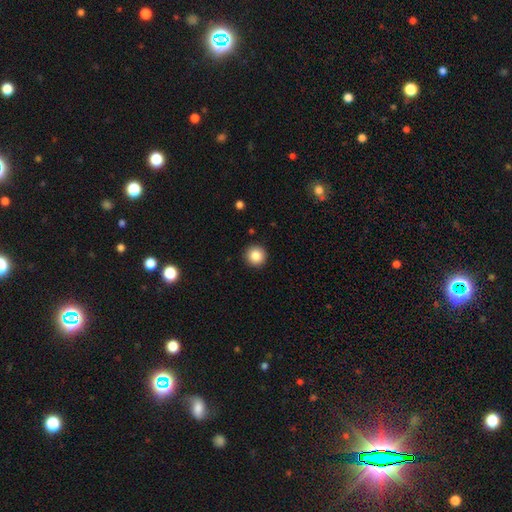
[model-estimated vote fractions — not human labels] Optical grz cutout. It shows a smooth galaxy with no disk features (86%) that is round (95%). Merging: none (92%).